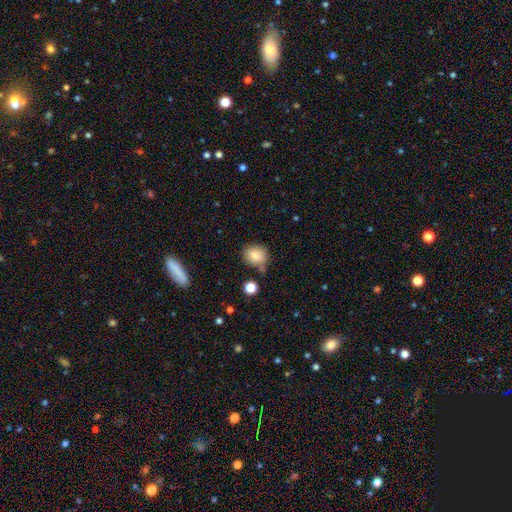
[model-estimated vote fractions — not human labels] Morphology: type=smooth (81%); roundness=round (70%); merging=none (66%).